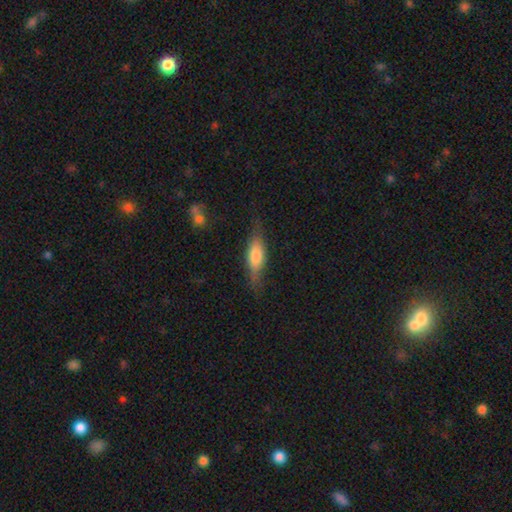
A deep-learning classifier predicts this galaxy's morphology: smooth-or-featured: smooth: 62% | featured or disk: 31% | star or artifact: 7%
  how-rounded: in between: 51% | cigar-shaped: 47% | round: 3%
  merging: none: 71% | minor disturbance: 21% | major disturbance: 7% | merger: 2%